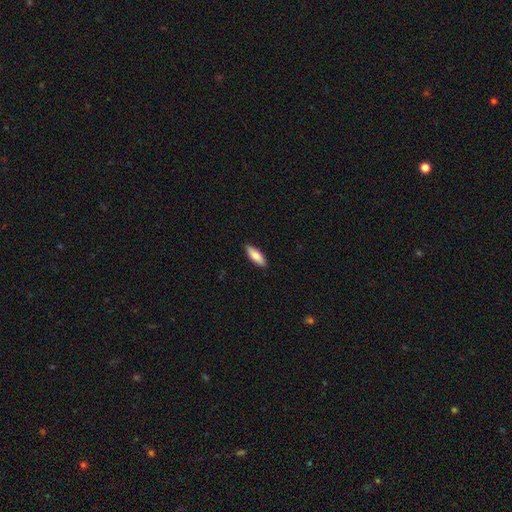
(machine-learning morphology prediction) This appears to be a smooth galaxy with no disk features (81%) that is in between round and cigar-shaped (61%). Merging: none (89%).